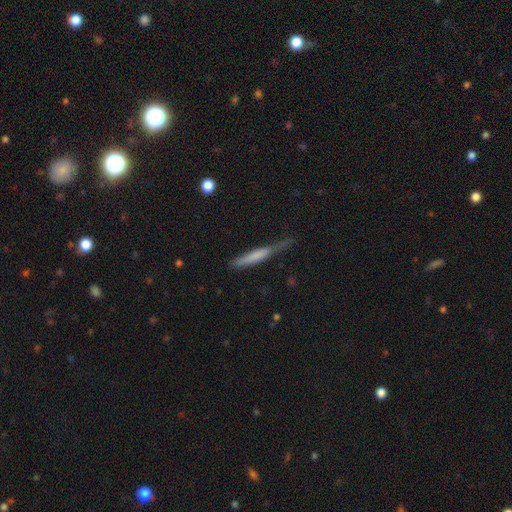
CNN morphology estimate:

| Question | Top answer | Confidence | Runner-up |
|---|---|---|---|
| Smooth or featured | smooth | 61% | featured or disk (33%) |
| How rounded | cigar-shaped | 93% | in between (5%) |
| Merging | none | 52% | minor disturbance (33%) |